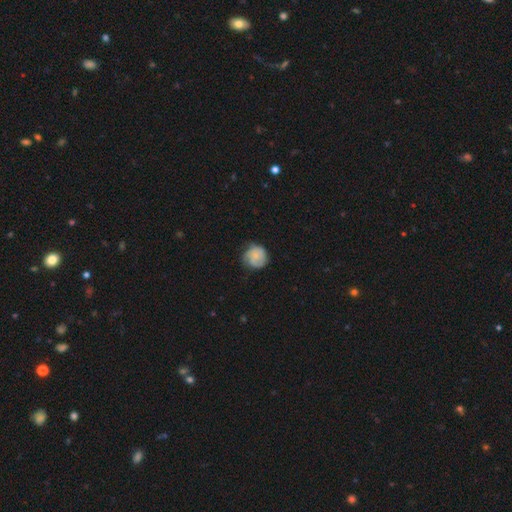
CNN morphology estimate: Q: Smooth or featured?
A: smooth (54%); runner-up: featured or disk (38%)
Q: How rounded?
A: round (86%); runner-up: in between (13%)
Q: Merging?
A: none (63%); runner-up: minor disturbance (27%)